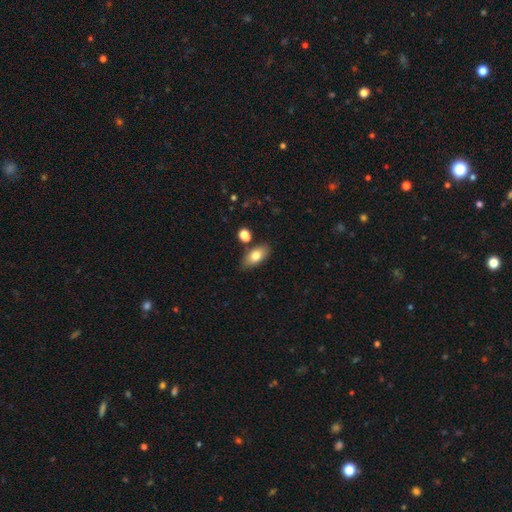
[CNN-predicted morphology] Smooth or featured? smooth (77%)
How rounded? in between (89%)
Merging? none (78%)